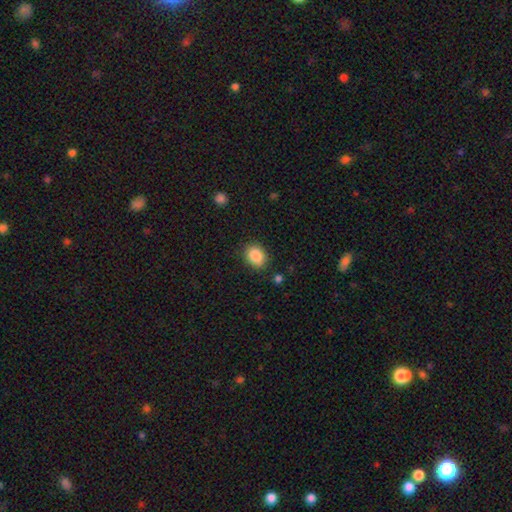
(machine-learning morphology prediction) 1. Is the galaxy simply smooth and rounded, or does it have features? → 87% smooth, 9% star or artifact, 4% featured or disk.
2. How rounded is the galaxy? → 52% in between, 47% round, 1% cigar-shaped.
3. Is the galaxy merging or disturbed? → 85% none, 10% minor disturbance, 3% major disturbance, 2% merger.